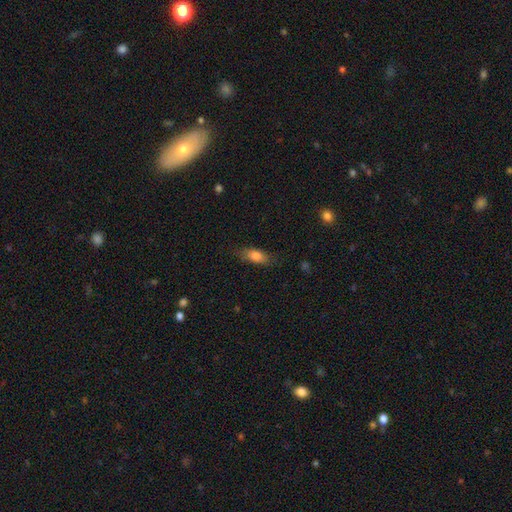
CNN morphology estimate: Q: Smooth or featured?
A: smooth (79%); runner-up: featured or disk (13%)
Q: How rounded?
A: in between (77%); runner-up: cigar-shaped (19%)
Q: Merging?
A: none (74%); runner-up: minor disturbance (19%)